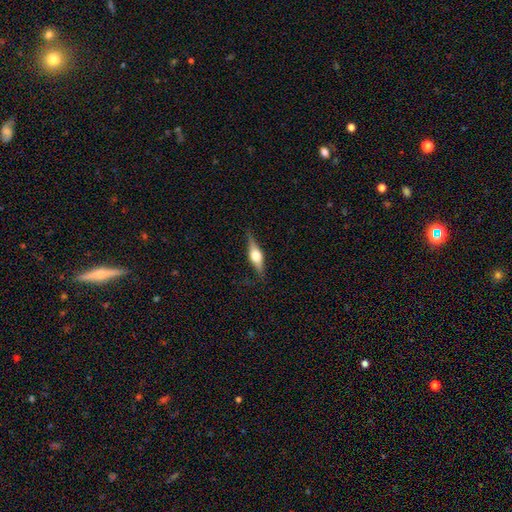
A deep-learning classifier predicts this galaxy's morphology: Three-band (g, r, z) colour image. It shows a featured or disk galaxy (63%) viewed edge-on (95%) with a rounded central bulge (93%). Merging: none (81%).